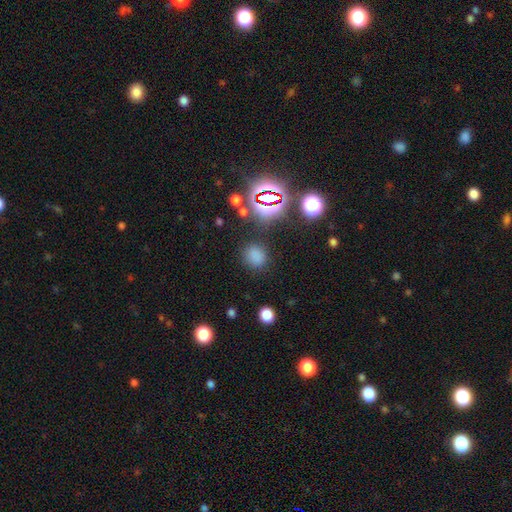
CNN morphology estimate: Smooth or featured: smooth — 71% (star or artifact — 23%)
How rounded: round — 69% (in between — 30%)
Merging: none — 82% (minor disturbance — 11%)